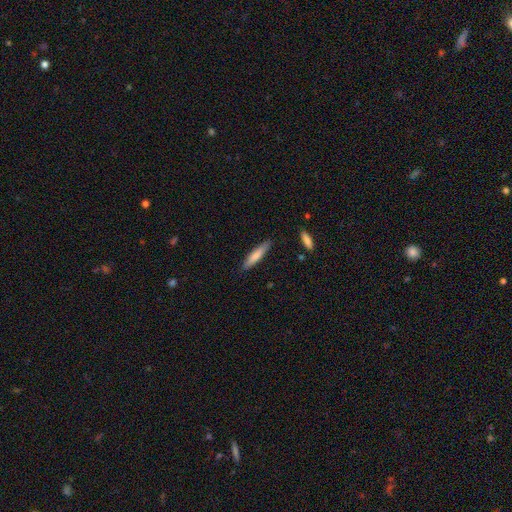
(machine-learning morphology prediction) This appears to be a smooth galaxy with no disk features (75%) that is cigar-shaped (87%). Merging: none (87%).